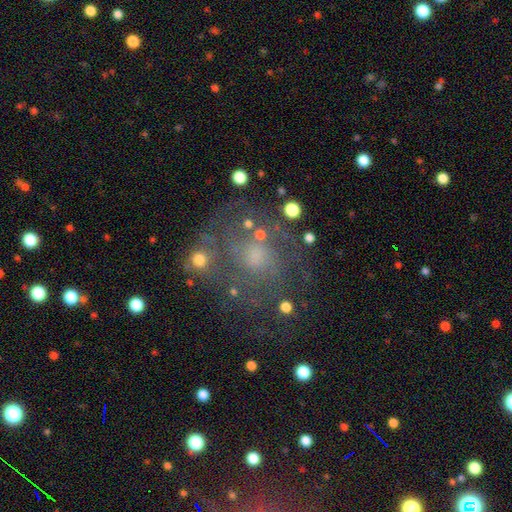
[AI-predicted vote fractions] Smooth or featured? Predicted: featured or disk (p=0.59). Edge-on disk? Predicted: no (p=0.97). Bar? Predicted: no (p=0.77). Spiral arms? Predicted: yes (p=0.72). Bulge size? Predicted: small (p=0.39). Merging? Predicted: none (p=0.65).